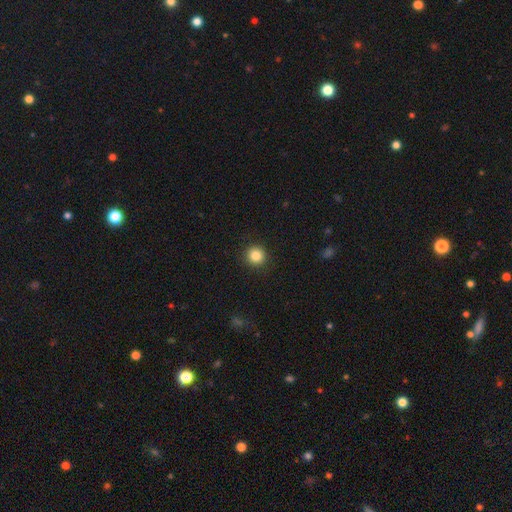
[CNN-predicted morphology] A smooth galaxy with no disk features (85%) that is round (94%).

Vote fractions:
- Smooth or featured? smooth: 85% / star or artifact: 10% / featured or disk: 4%
- How rounded? round: 94% / in between: 5% / cigar-shaped: 1%
- Merging? none: 92% / minor disturbance: 5% / major disturbance: 2% / merger: 1%